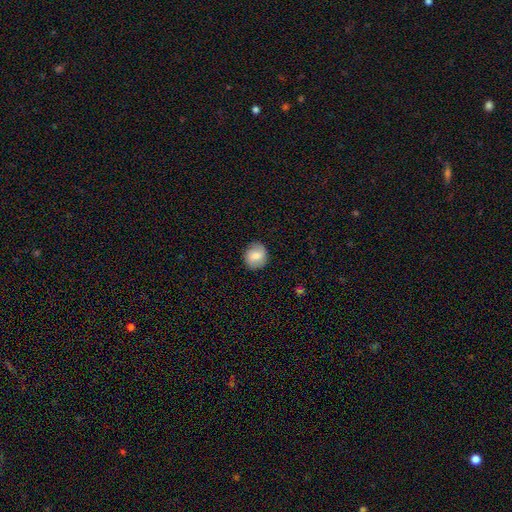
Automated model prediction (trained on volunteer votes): Smooth or featured: smooth — 72% (featured or disk — 21%)
How rounded: round — 80% (in between — 19%)
Merging: none — 87% (minor disturbance — 9%)